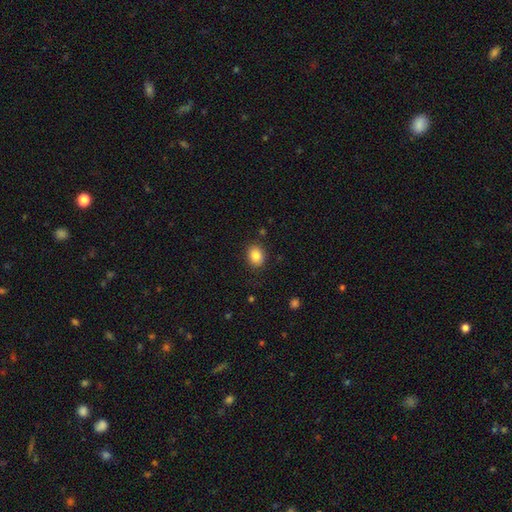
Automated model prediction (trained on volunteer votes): This is clearly a smooth galaxy (85%). How rounded: possibly in between (54%). Merging: clearly none (86%).